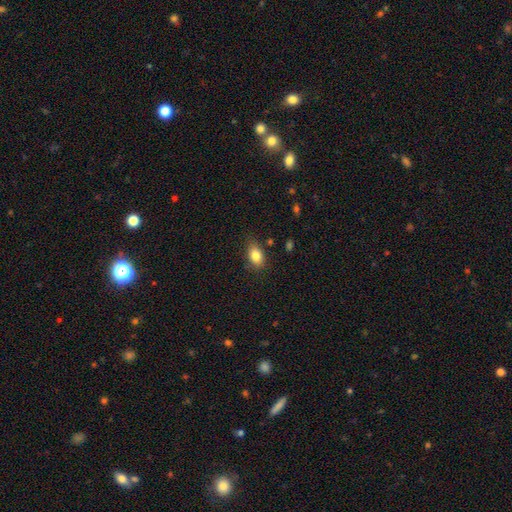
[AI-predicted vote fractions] This appears to be a smooth galaxy with no disk features (83%) that is in between round and cigar-shaped (84%). Merging: none (76%).